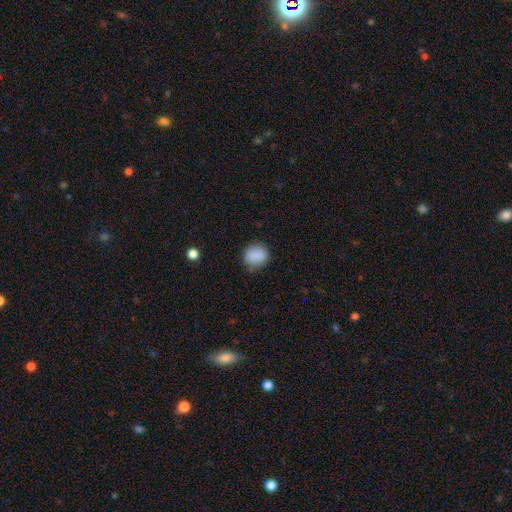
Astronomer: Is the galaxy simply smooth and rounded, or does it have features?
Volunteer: smooth — 95%.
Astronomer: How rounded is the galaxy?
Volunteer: round — 78%.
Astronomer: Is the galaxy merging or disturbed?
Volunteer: none — 92%.